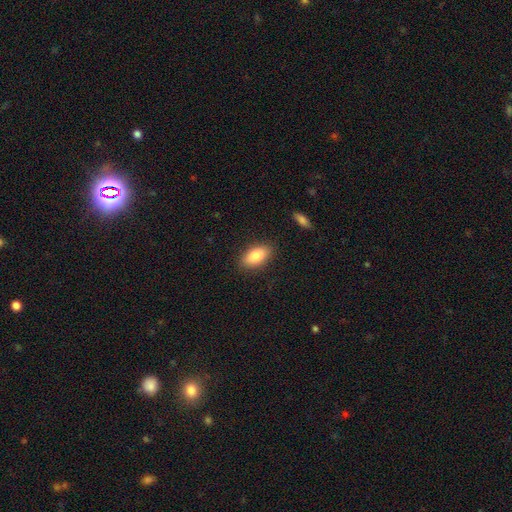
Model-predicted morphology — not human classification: smooth 84%, featured or disk 9%, star or artifact 7%. Down the decision tree: how rounded — in between (90%); merging — none (86%).